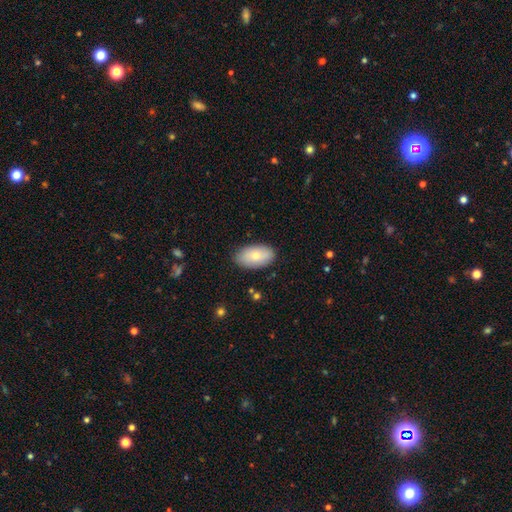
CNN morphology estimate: smooth-or-featured: smooth: 71% | featured or disk: 22% | star or artifact: 6%
  how-rounded: in between: 94% | round: 4% | cigar-shaped: 2%
  merging: none: 85% | minor disturbance: 11% | major disturbance: 2% | merger: 1%